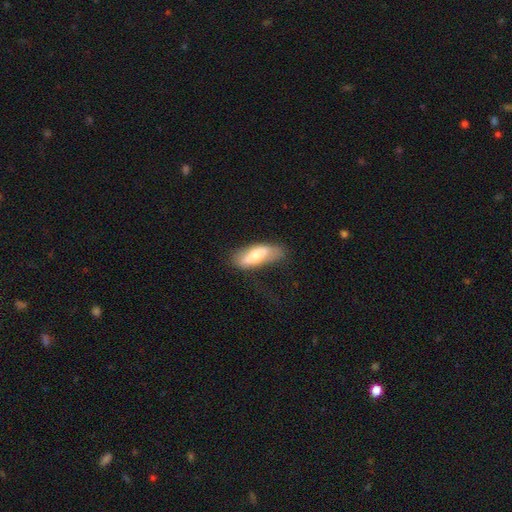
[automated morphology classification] Smooth or featured?
  - smooth: 59% *
  - featured or disk: 34%
  - star or artifact: 6%
How rounded?
  - in between: 71% *
  - cigar-shaped: 26%
  - round: 2%
Merging?
  - none: 62% *
  - minor disturbance: 25%
  - major disturbance: 11%
  - merger: 3%